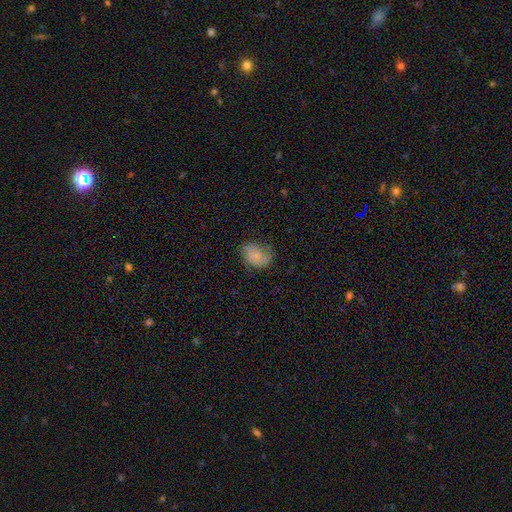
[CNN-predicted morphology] This is likely a smooth galaxy (65%). How rounded: likely in between (68%). Merging: possibly none (59%).